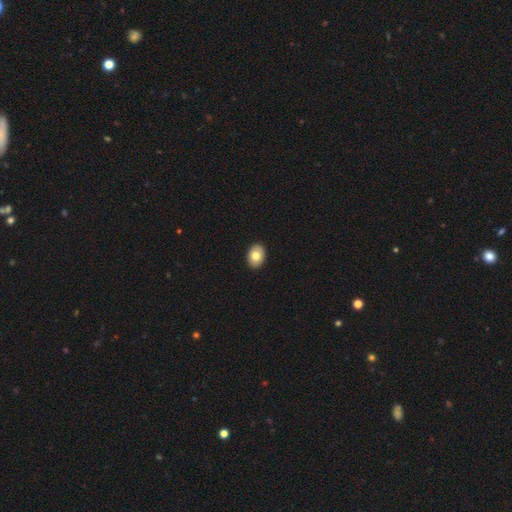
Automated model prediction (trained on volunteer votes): Morphology: type=smooth (78%); roundness=in between (75%); merging=none (92%).